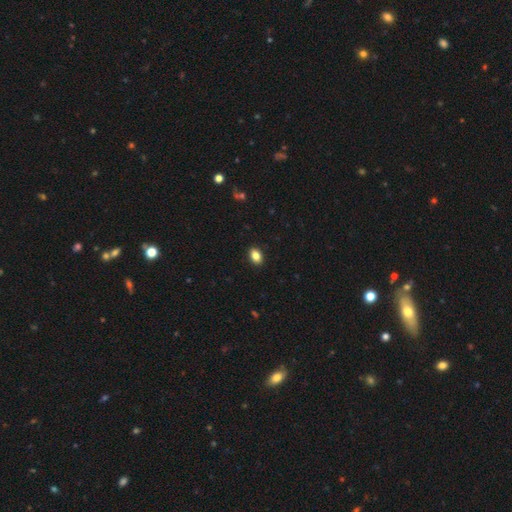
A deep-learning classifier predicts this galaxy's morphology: Smooth or featured? Predicted: smooth (p=0.85). How rounded? Predicted: in between (p=0.83). Merging? Predicted: none (p=0.91).